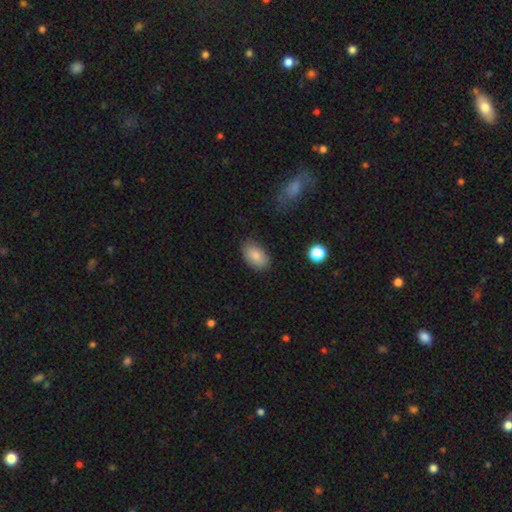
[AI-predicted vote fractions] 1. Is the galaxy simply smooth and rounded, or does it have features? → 85% smooth, 8% featured or disk, 7% star or artifact.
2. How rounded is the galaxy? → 90% in between, 9% round, 1% cigar-shaped.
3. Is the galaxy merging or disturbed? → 83% none, 13% minor disturbance, 3% major disturbance, 1% merger.